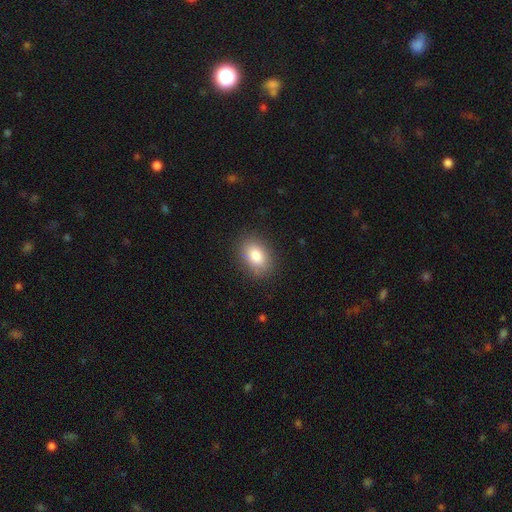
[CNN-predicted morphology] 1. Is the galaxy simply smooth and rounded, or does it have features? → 84% smooth, 8% featured or disk, 8% star or artifact.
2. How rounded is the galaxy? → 82% in between, 17% round, 1% cigar-shaped.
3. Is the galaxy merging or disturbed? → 84% none, 12% minor disturbance, 3% major disturbance, 1% merger.